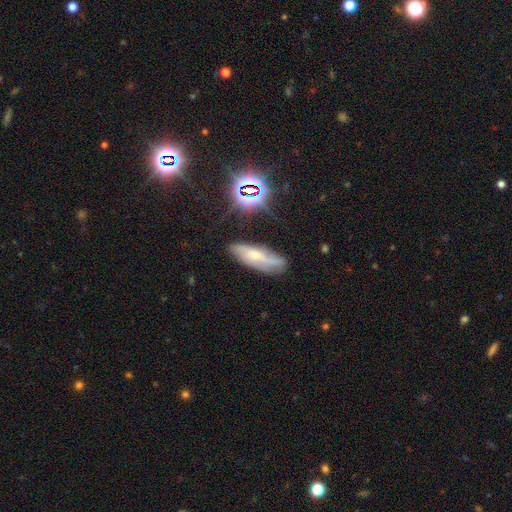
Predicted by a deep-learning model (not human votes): smooth-or-featured: featured or disk: 48% | smooth: 37% | star or artifact: 15%
  merging: none: 64% | minor disturbance: 24% | major disturbance: 8% | merger: 3%